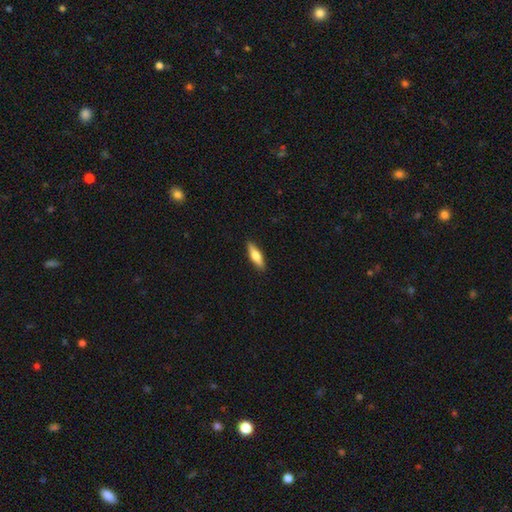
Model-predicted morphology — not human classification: The model was most divided on "how rounded": cigar-shaped: 62%, in between: 36%, round: 2%. More confident: merging — none (89%); smooth or featured — smooth (64%).